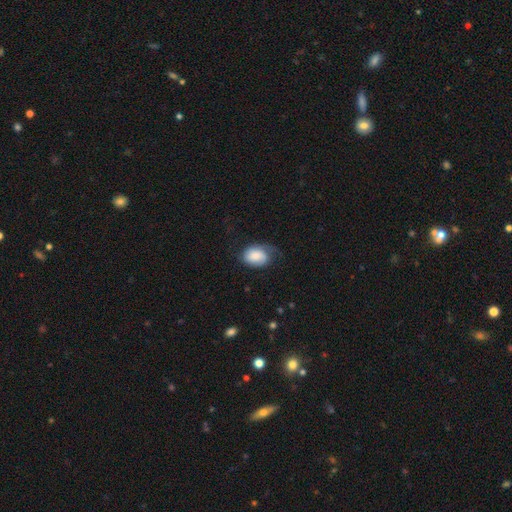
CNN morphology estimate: A smooth galaxy with no disk features (65%) that is in between round and cigar-shaped (75%). Merging: none (42%).